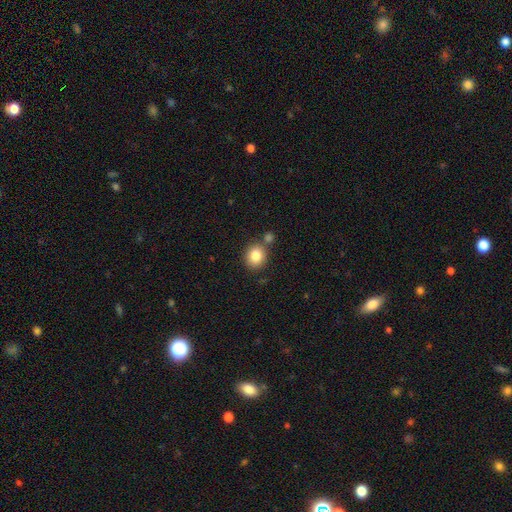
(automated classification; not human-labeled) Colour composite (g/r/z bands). It shows a smooth galaxy with no disk features (83%) that is round (75%). Merging: none (70%).